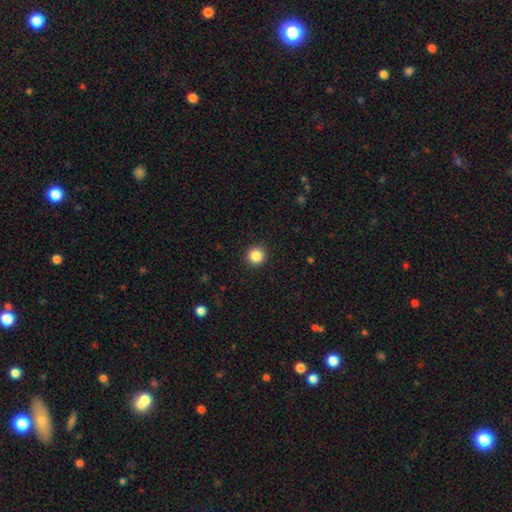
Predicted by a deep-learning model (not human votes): Morphology: type=smooth (86%); roundness=round (95%); merging=none (92%).